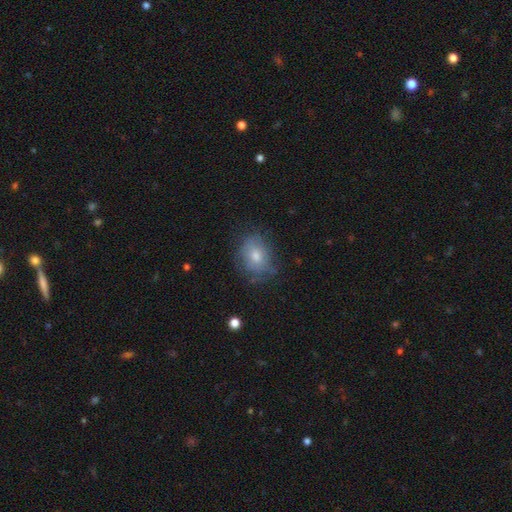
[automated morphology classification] Q: Smooth or featured?
A: smooth (66%); runner-up: featured or disk (22%)
Q: How rounded?
A: round (55%); runner-up: in between (44%)
Q: Merging?
A: none (70%); runner-up: minor disturbance (21%)